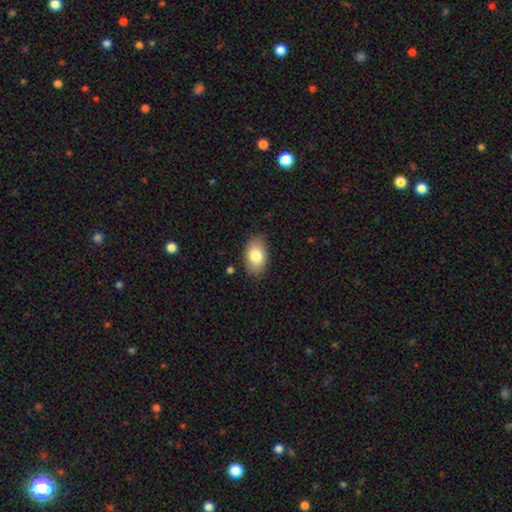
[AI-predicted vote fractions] Smooth or featured? smooth (81%)
How rounded? in between (90%)
Merging? none (84%)